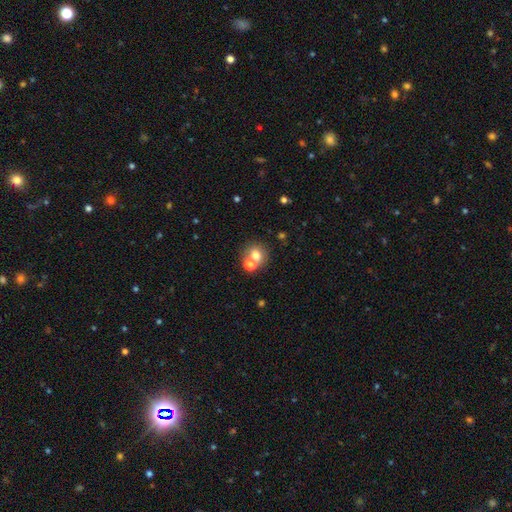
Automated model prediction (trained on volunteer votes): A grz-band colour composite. It shows a smooth galaxy with no disk features (71%) that is round (71%). Merging: none (52%).